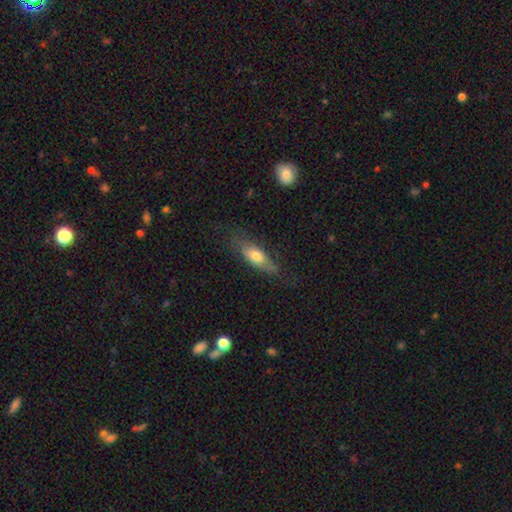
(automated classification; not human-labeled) Smooth or featured: smooth — 63% (featured or disk — 30%)
How rounded: in between — 64% (cigar-shaped — 33%)
Merging: none — 65% (minor disturbance — 24%)